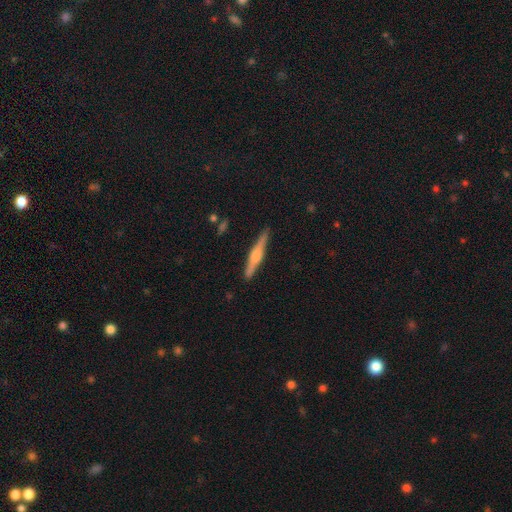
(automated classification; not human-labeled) Q: Smooth or featured?
A: featured or disk (65%); runner-up: smooth (30%)
Q: Edge-on disk?
A: yes (98%); runner-up: no (2%)
Q: Edge-on bulge?
A: rounded (74%); runner-up: boxy (19%)
Q: Merging?
A: none (89%); runner-up: minor disturbance (8%)